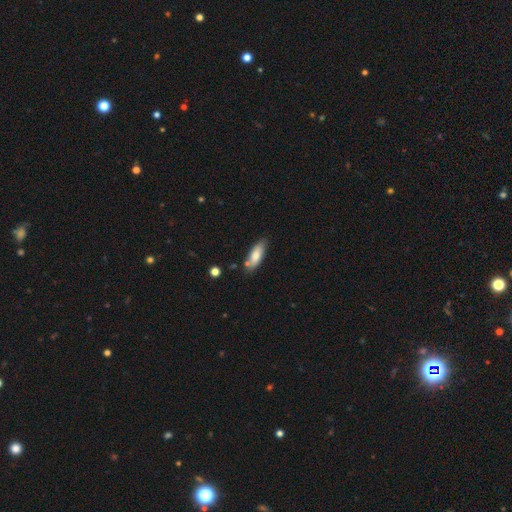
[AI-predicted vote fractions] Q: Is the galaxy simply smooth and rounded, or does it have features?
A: smooth — 75%.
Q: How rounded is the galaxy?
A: in between — 62%.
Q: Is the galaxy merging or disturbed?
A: none — 76%.